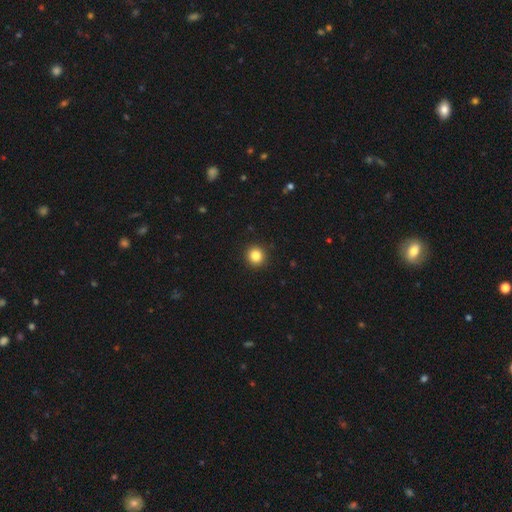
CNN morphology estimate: Overall: smooth (84%). How rounded: round (93%). Merging: none (93%).